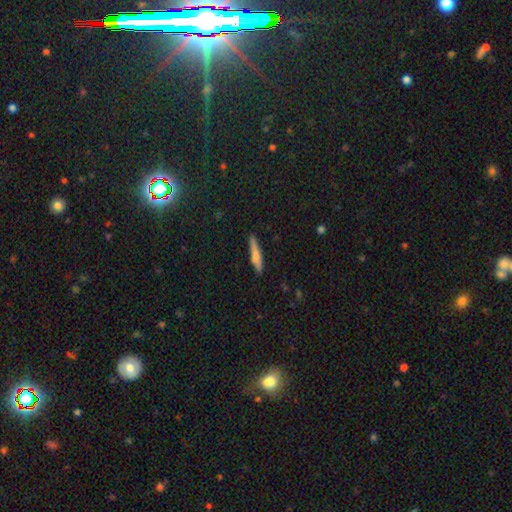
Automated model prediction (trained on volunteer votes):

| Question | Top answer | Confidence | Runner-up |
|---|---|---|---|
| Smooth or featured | smooth | 71% | featured or disk (22%) |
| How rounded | cigar-shaped | 91% | in between (8%) |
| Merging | none | 85% | minor disturbance (11%) |